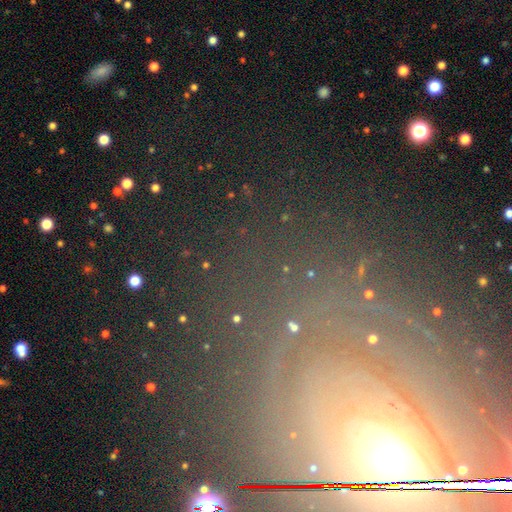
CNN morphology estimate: star or artifact 51%, featured or disk 29%, smooth 20%.